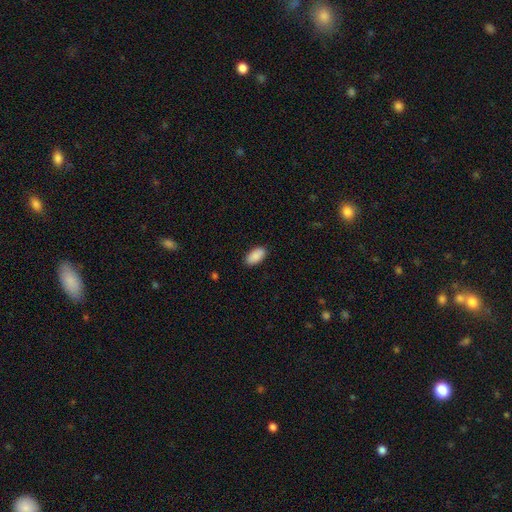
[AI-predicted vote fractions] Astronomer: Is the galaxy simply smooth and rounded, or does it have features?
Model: smooth — 91%.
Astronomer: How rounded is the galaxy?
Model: in between — 94%.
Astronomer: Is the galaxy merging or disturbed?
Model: none — 89%.